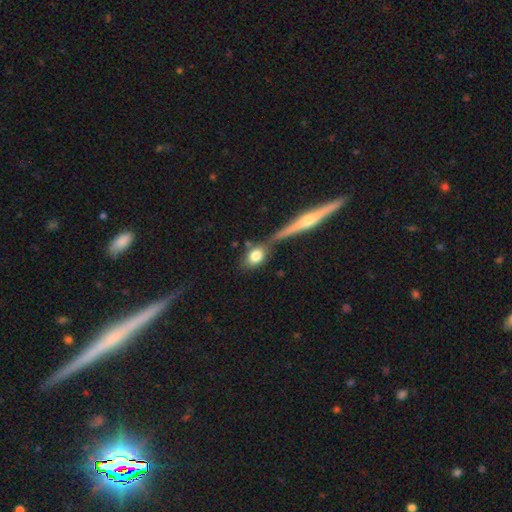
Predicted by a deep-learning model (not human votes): Overall: smooth (77%). How rounded: in between (55%; round 38%). Merging: none (56%; merger 24%).